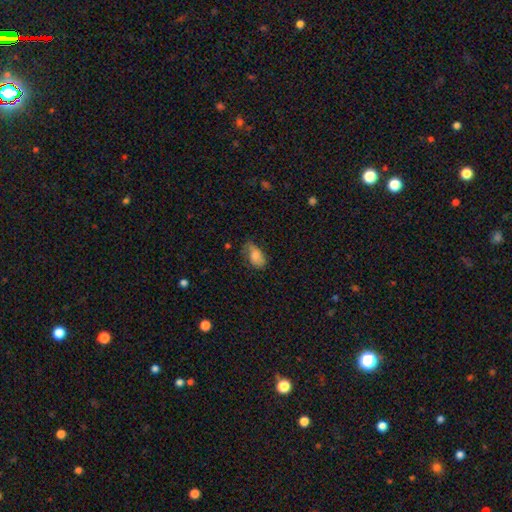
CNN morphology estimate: The model was most divided on "merging": none: 48%, minor disturbance: 32%, major disturbance: 18%, merger: 2%. More confident: how rounded — in between (89%); smooth or featured — smooth (65%).